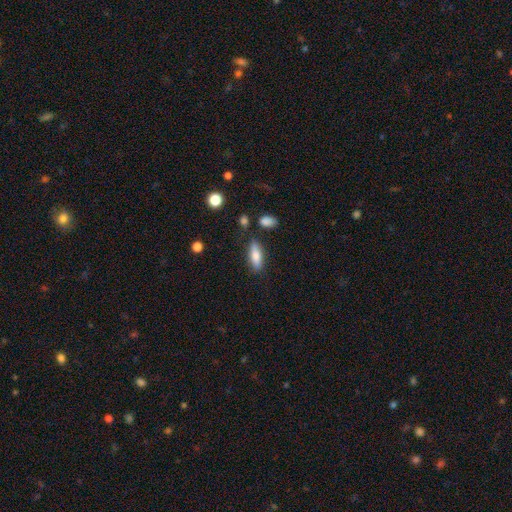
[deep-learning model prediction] Smooth or featured? smooth (75%)
How rounded? in between (62%)
Merging? none (80%)